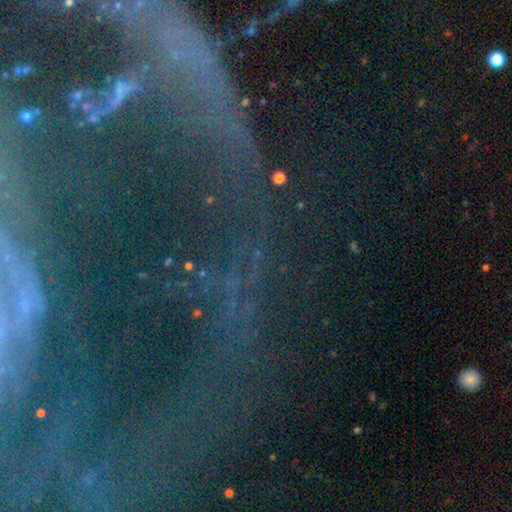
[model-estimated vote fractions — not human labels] smooth-or-featured: star or artifact: 66% | featured or disk: 21% | smooth: 13%